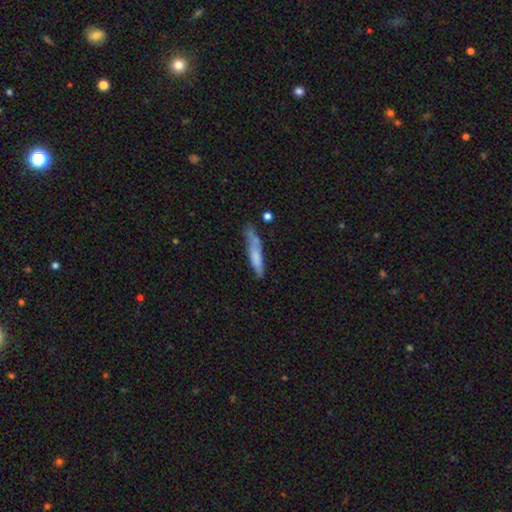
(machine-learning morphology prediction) smooth 64%, featured or disk 28%, star or artifact 7%. Down the decision tree: how rounded — cigar-shaped (88%); merging — none (59%).